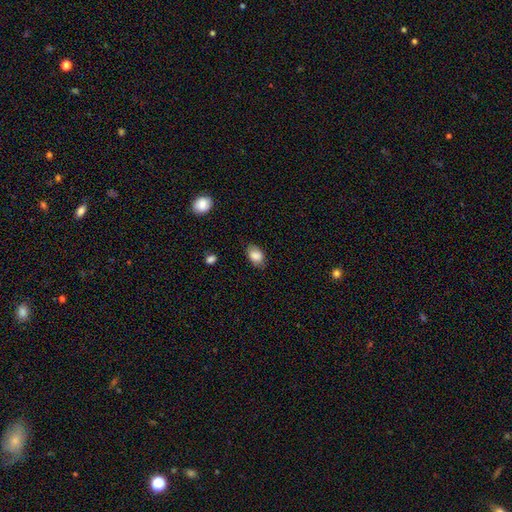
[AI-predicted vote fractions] This appears to be a smooth galaxy with no disk features (83%) that is in between round and cigar-shaped (88%). Merging: none (77%).